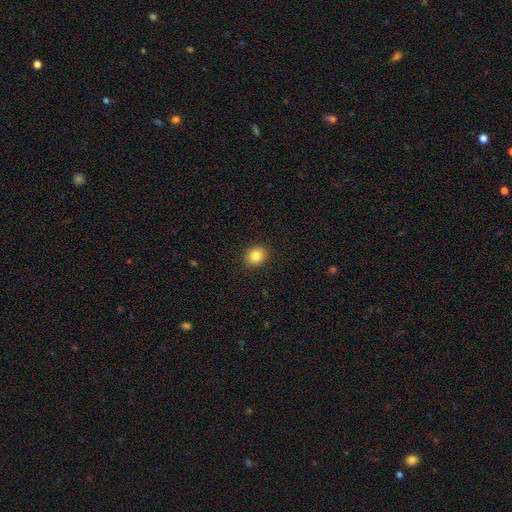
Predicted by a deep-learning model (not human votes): This appears to be a smooth galaxy with no disk features (84%) that is round (68%). Merging: none (91%).